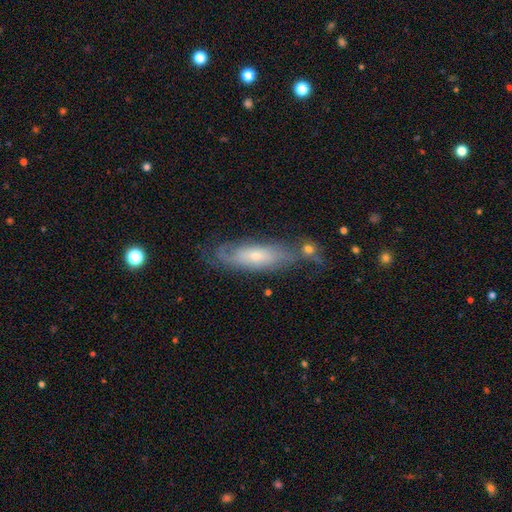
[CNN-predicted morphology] The model was most divided on "merging": none: 56%, minor disturbance: 24%, major disturbance: 12%, merger: 9%. More confident: edge-on disk — no (74%); smooth or featured — featured or disk (63%).